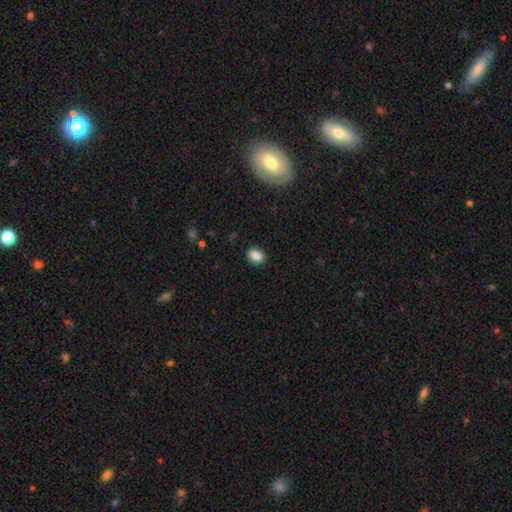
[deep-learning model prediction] smooth 86%, star or artifact 9%, featured or disk 5%. Down the decision tree: how rounded — in between (52%); merging — none (89%).